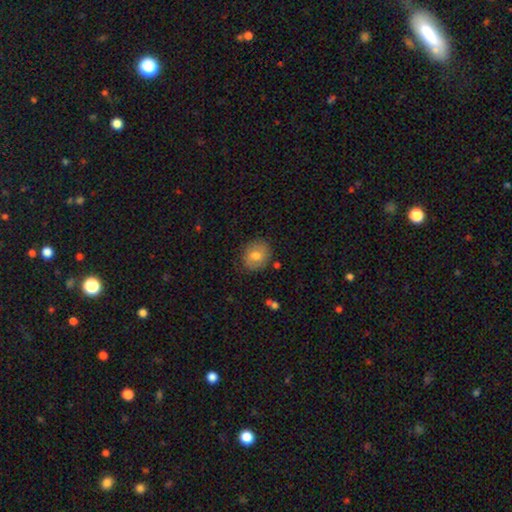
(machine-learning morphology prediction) Smooth or featured? smooth (71%)
How rounded? round (64%)
Merging? none (81%)